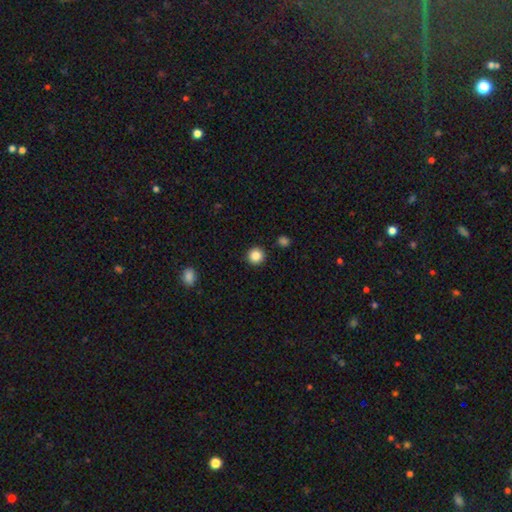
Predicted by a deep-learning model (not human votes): Smooth or featured? Predicted: smooth (p=0.86). How rounded? Predicted: round (p=0.95). Merging? Predicted: none (p=0.92).